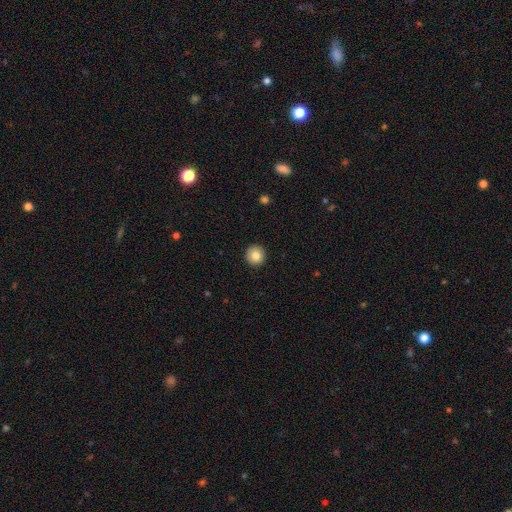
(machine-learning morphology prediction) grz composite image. It shows a smooth galaxy with no disk features (84%) that is round (95%). Merging: none (93%).